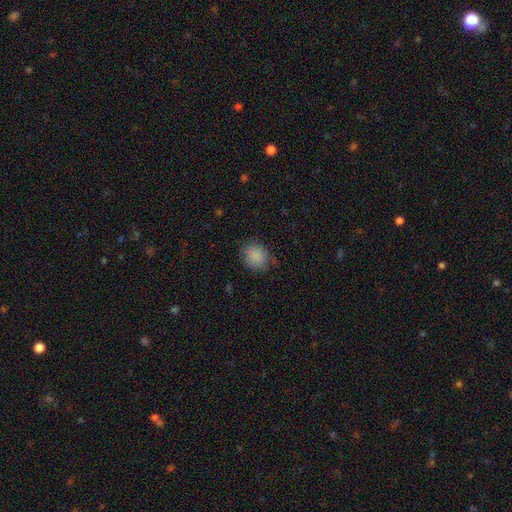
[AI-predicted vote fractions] Smooth or featured? smooth (87%)
How rounded? round (77%)
Merging? none (82%)